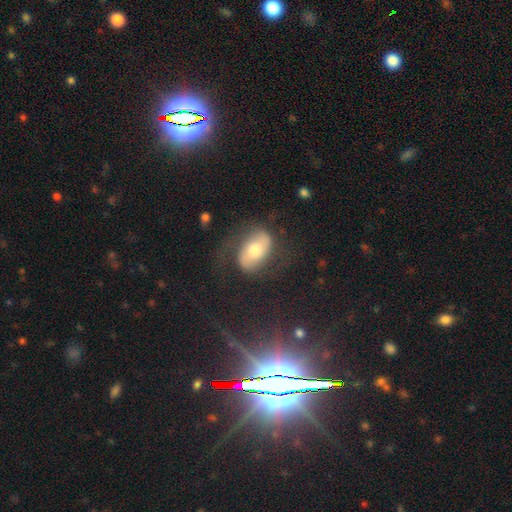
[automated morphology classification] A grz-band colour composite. It shows a featured or disk galaxy (57%) with no bar (47%), spiral arms (82%) and a moderate central bulge (64%). Merging: none (68%).